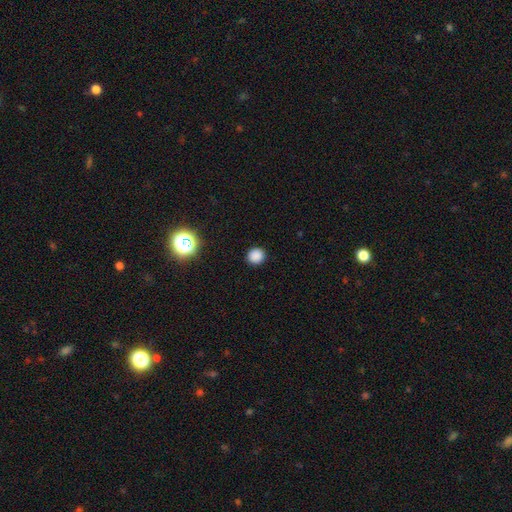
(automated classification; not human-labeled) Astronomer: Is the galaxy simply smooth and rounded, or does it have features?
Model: smooth — 85%.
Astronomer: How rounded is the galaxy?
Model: round — 92%.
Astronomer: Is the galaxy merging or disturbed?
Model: none — 92%.